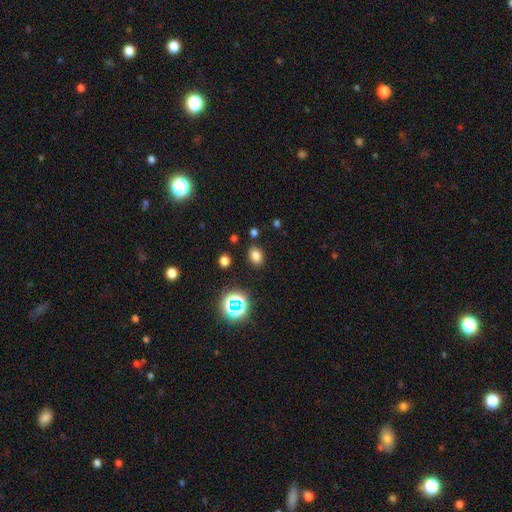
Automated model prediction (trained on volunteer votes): smooth_or_featured: smooth (p=0.74) [alt: star or artifact p=0.19]
how_rounded: in between (p=0.68) [alt: round p=0.31]
merging: none (p=0.85) [alt: minor disturbance p=0.09]